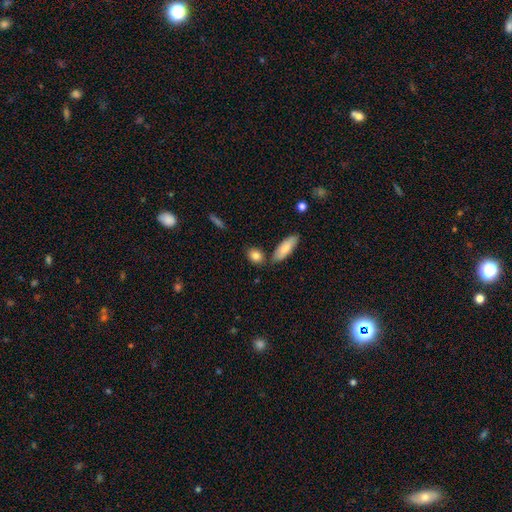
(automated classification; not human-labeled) Morphology: type=smooth (83%); roundness=in between (65%); merging=none (73%).